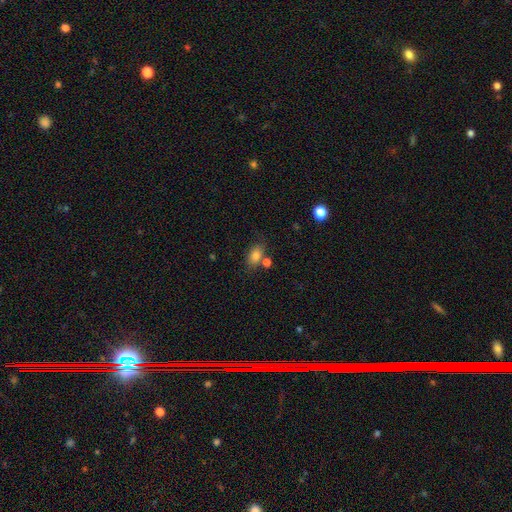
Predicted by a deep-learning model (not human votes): smooth_or_featured: smooth (p=0.79) [alt: featured or disk p=0.11]
how_rounded: in between (p=0.81) [alt: round p=0.17]
merging: none (p=0.63) [alt: merger p=0.17]